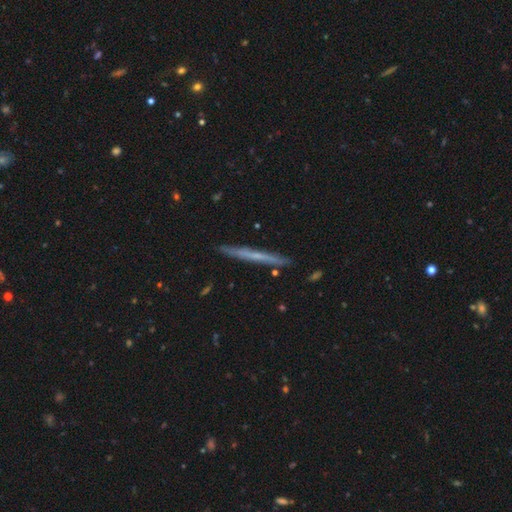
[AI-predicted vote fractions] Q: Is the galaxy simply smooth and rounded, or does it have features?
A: featured or disk — 56%.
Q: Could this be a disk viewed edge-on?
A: yes — 96%.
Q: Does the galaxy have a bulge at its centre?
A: none — 76%.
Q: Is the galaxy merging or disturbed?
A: none — 89%.